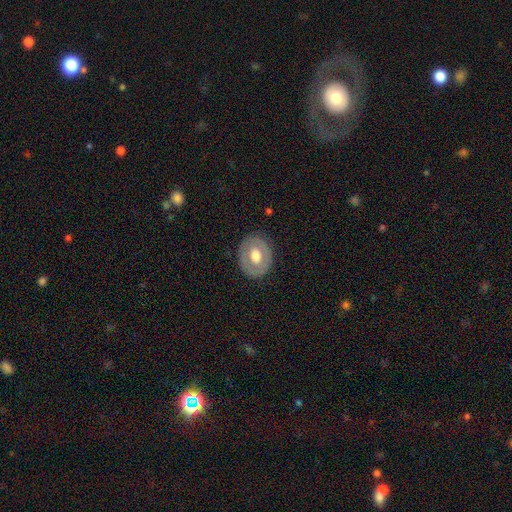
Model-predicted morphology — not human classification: Smooth or featured: smooth — 51% (featured or disk — 43%)
How rounded: round — 51% (in between — 48%)
Merging: none — 84% (minor disturbance — 11%)